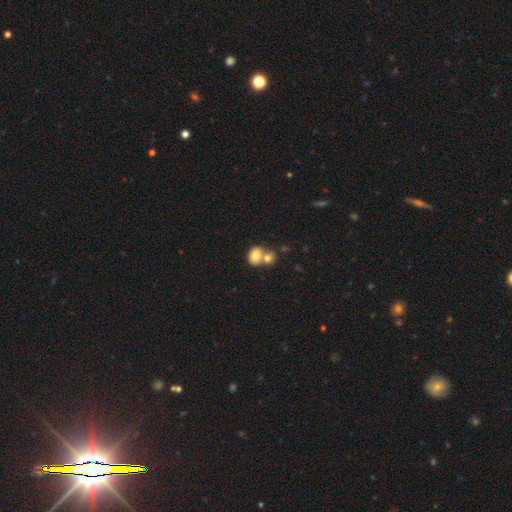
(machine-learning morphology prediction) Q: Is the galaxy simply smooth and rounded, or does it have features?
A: smooth — 76%.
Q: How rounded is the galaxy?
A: round — 61%.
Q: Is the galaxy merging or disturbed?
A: merger — 59%.